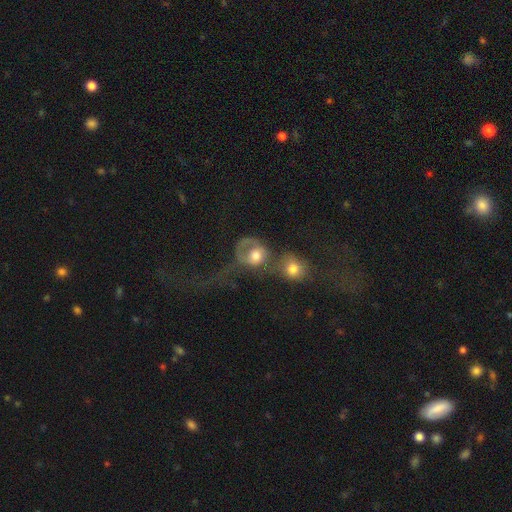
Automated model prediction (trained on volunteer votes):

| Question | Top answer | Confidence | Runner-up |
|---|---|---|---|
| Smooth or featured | smooth | 56% | featured or disk (34%) |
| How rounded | round | 65% | in between (33%) |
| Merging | merger | 57% | major disturbance (21%) |